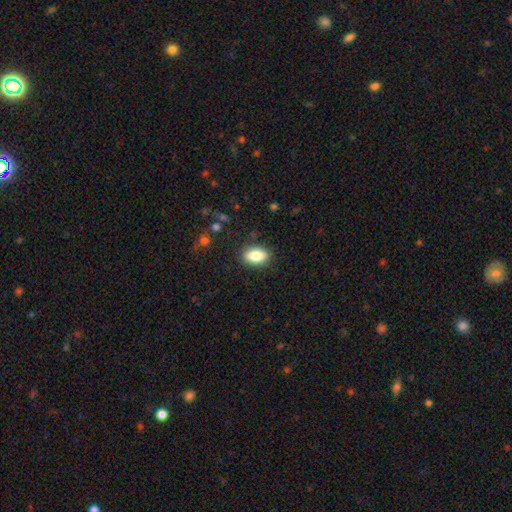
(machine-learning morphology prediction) A smooth galaxy with no disk features (80%) that is in between round and cigar-shaped (85%).

Vote fractions:
- Smooth or featured? smooth: 80% / featured or disk: 13% / star or artifact: 8%
- How rounded? in between: 85% / round: 9% / cigar-shaped: 6%
- Merging? none: 87% / minor disturbance: 10% / major disturbance: 2% / merger: 1%